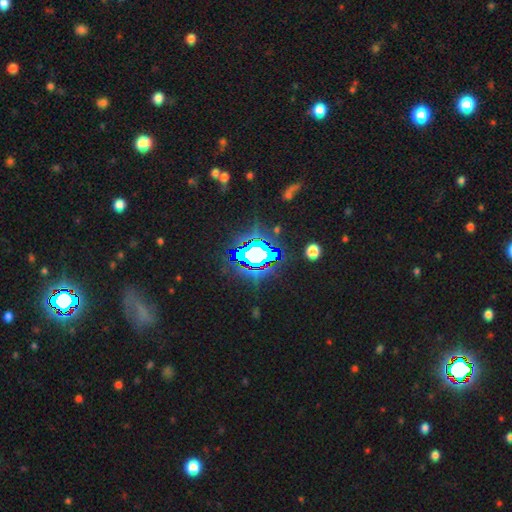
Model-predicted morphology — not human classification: This appears to be a star or artifact, not a galaxy (69%).